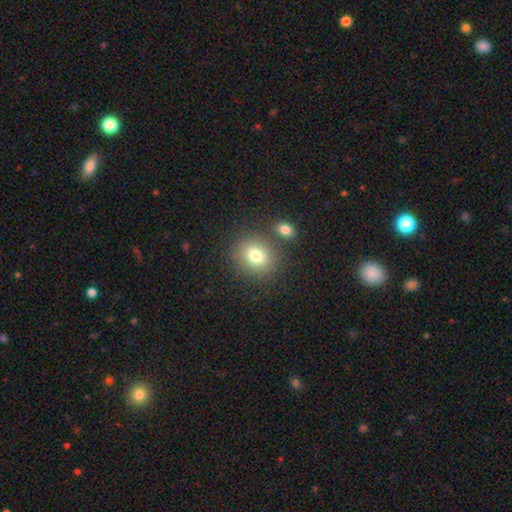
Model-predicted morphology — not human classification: Smooth or featured? smooth (77%)
How rounded? round (66%)
Merging? none (76%)